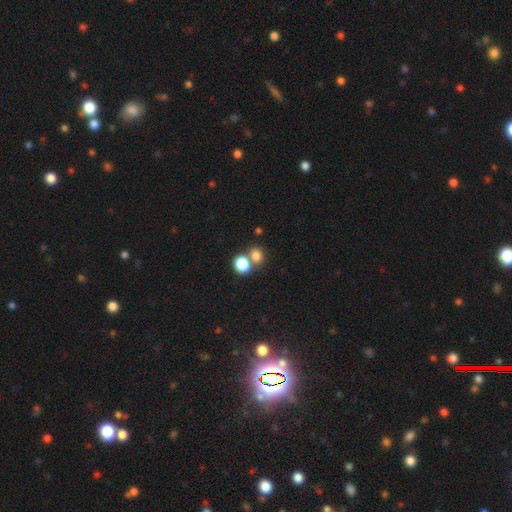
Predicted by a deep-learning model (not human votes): Smooth or featured: smooth — 79% (star or artifact — 14%)
How rounded: round — 69% (in between — 30%)
Merging: none — 52% (merger — 38%)